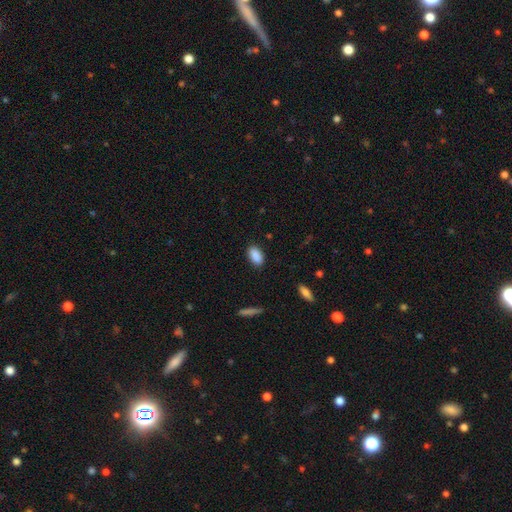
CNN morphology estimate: The model was most divided on "merging": none: 87%, minor disturbance: 10%, major disturbance: 2%, merger: 1%. More confident: how rounded — in between (91%); smooth or featured — smooth (89%).